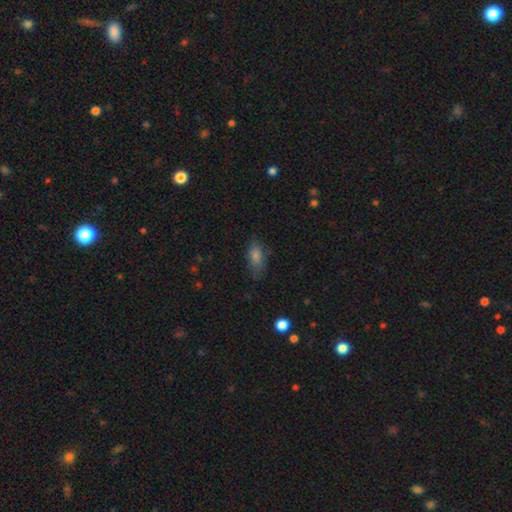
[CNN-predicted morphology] A smooth galaxy with no disk features (71%) that is in between round and cigar-shaped (81%).

Vote fractions:
- Smooth or featured? smooth: 71% / featured or disk: 16% / star or artifact: 13%
- How rounded? in between: 81% / cigar-shaped: 14% / round: 5%
- Merging? none: 71% / minor disturbance: 21% / major disturbance: 6% / merger: 2%